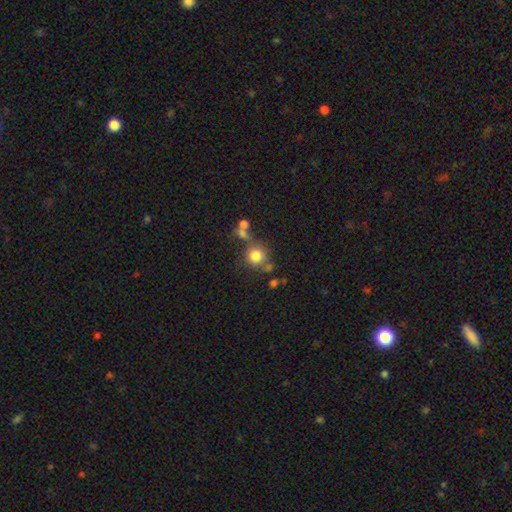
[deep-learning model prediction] Smooth or featured? Predicted: smooth (p=0.80). How rounded? Predicted: round (p=0.91). Merging? Predicted: none (p=0.62).